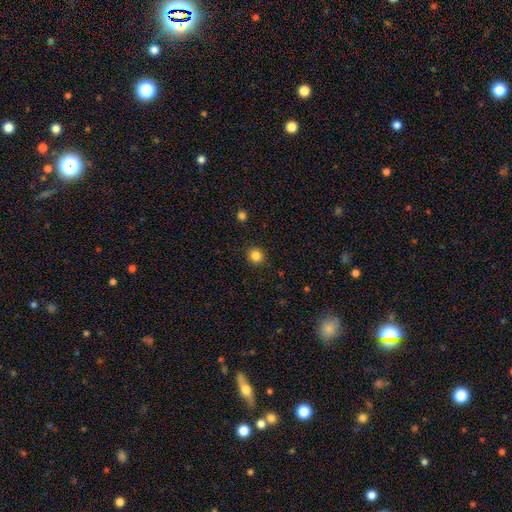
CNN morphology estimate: A smooth galaxy with no disk features (84%) that is round (86%). Merging: none (91%).